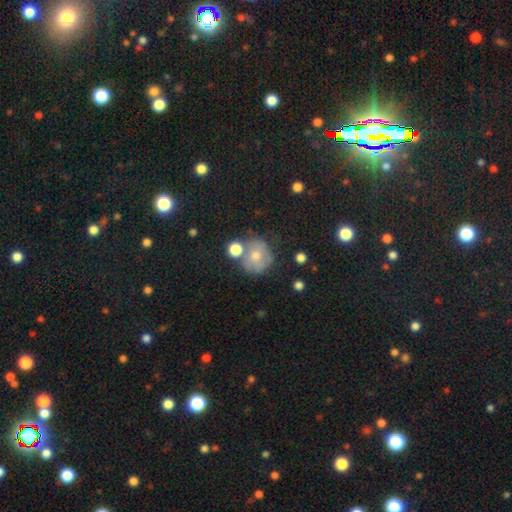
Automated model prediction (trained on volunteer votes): This is possibly a smooth galaxy (58%). How rounded: clearly round (85%). Merging: possibly none (58%).